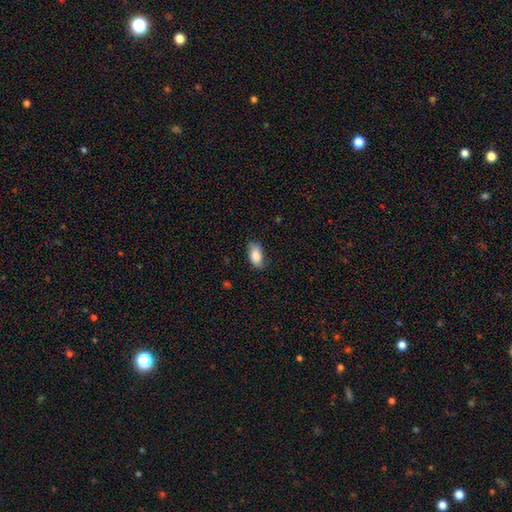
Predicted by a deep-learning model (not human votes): Morphology: type=smooth (85%); roundness=in between (91%); merging=none (73%).